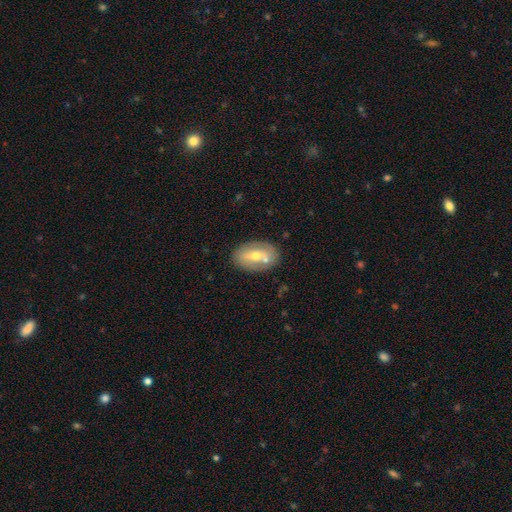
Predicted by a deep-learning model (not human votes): A featured or disk galaxy (48%). Merging: none (75%).